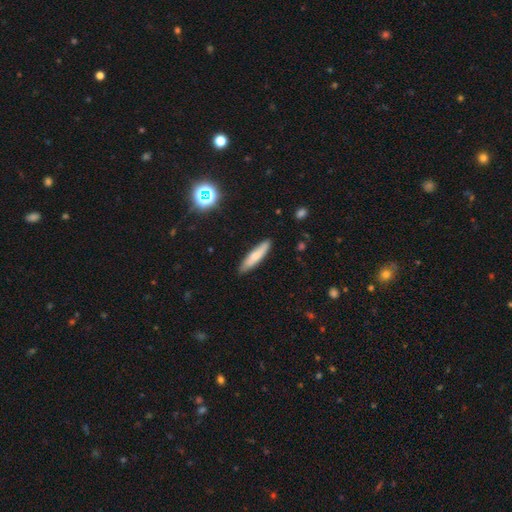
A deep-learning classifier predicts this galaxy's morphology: Smooth or featured? Predicted: smooth (p=0.69). How rounded? Predicted: cigar-shaped (p=0.80). Merging? Predicted: none (p=0.88).